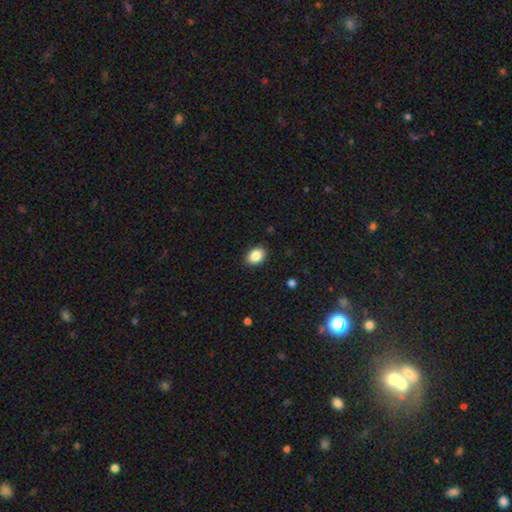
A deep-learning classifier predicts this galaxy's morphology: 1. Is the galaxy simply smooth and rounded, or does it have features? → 88% smooth, 8% star or artifact, 4% featured or disk.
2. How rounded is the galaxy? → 74% in between, 25% round, 1% cigar-shaped.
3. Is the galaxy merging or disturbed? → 88% none, 9% minor disturbance, 2% major disturbance, 1% merger.